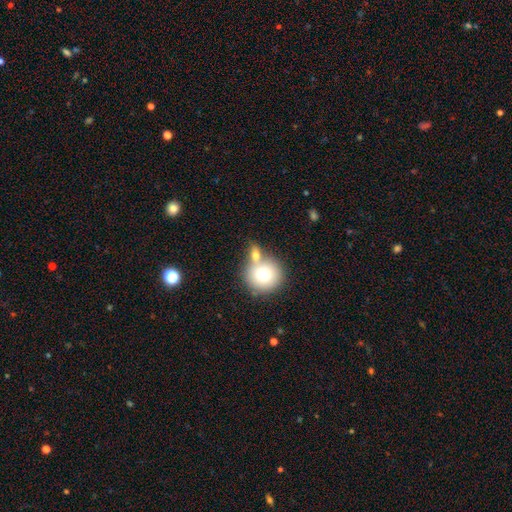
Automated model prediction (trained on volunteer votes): This is likely a smooth galaxy (74%). How rounded: clearly round (86%). Merging: possibly none (48%).